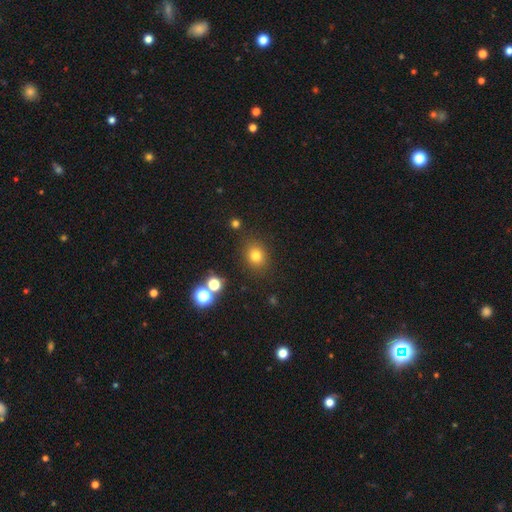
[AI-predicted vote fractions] A smooth galaxy with no disk features (77%) that is round (73%).

Vote fractions:
- Smooth or featured? smooth: 77% / star or artifact: 16% / featured or disk: 7%
- How rounded? round: 73% / in between: 26% / cigar-shaped: 1%
- Merging? none: 85% / minor disturbance: 9% / major disturbance: 3% / merger: 3%